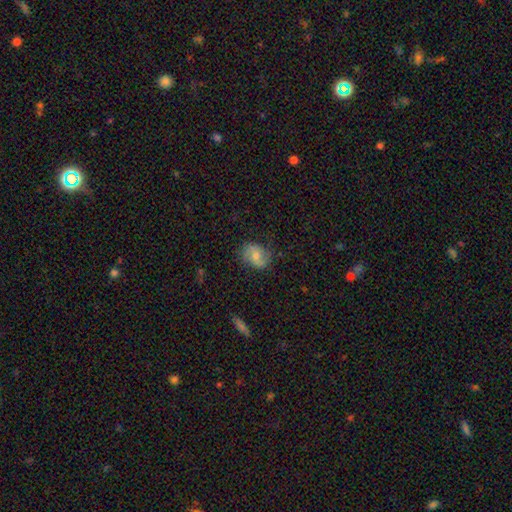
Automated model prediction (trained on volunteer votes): Smooth or featured? Predicted: featured or disk (p=0.63). Edge-on disk? Predicted: no (p=0.97). Bar? Predicted: no (p=0.49). Spiral arms? Predicted: yes (p=0.90). Spiral winding? Predicted: medium (p=0.43). Spiral arm count? Predicted: 2 (p=0.88). Bulge size? Predicted: moderate (p=0.53). Merging? Predicted: none (p=0.78).